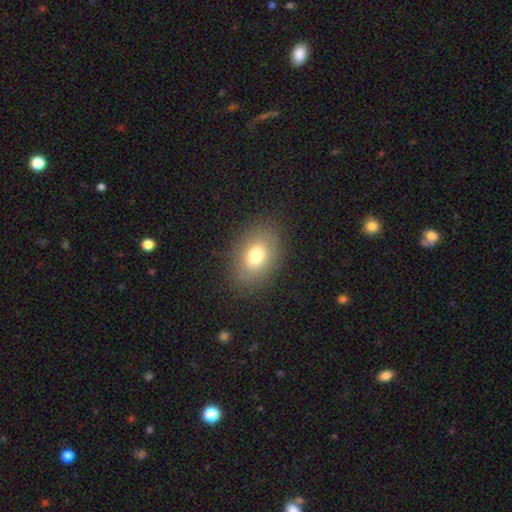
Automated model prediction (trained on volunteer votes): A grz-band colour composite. It shows a smooth galaxy with no disk features (74%) that is in between round and cigar-shaped (74%). Merging: none (84%).